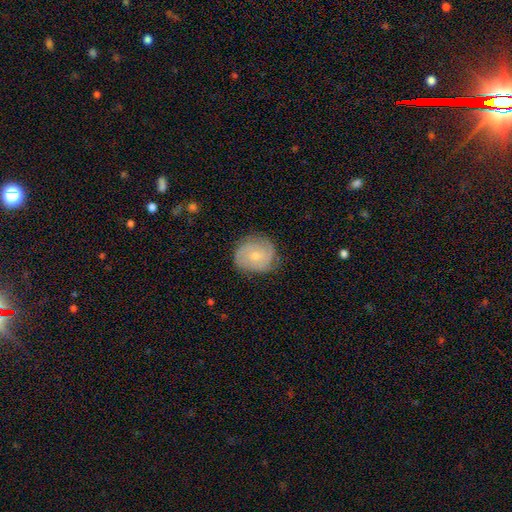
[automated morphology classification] smooth_or_featured: featured or disk (p=0.61) [alt: smooth p=0.32]
disk_edge_on: no (p=0.97) [alt: yes p=0.03]
bar: no (p=0.73) [alt: weak p=0.23]
has_spiral_arms: yes (p=0.87) [alt: no p=0.13]
spiral_winding: tight (p=0.57) [alt: medium p=0.33]
spiral_arm_count: 2 (p=0.41) [alt: can't tell p=0.29]
bulge_size: small (p=0.60) [alt: moderate p=0.36]
merging: none (p=0.73) [alt: minor disturbance p=0.21]